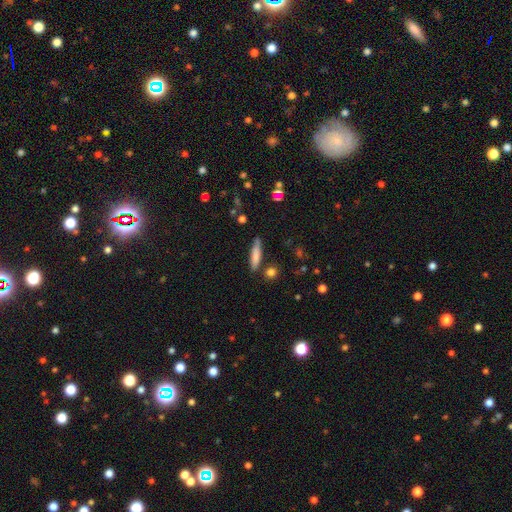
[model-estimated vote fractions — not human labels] Q: Smooth or featured?
A: smooth (75%); runner-up: featured or disk (18%)
Q: How rounded?
A: cigar-shaped (83%); runner-up: in between (15%)
Q: Merging?
A: none (78%); runner-up: minor disturbance (15%)